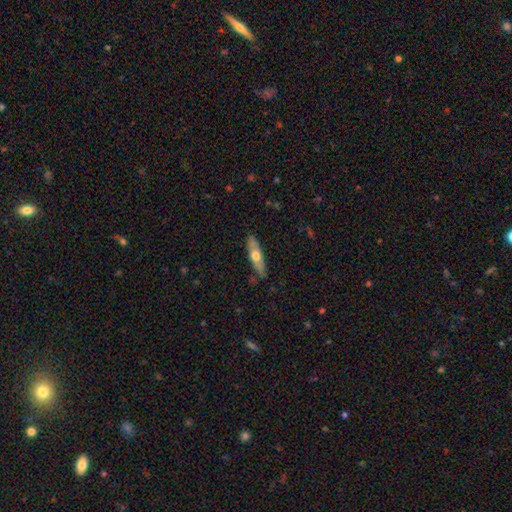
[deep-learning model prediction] Morphology: type=smooth (52%); roundness=cigar-shaped (65%); merging=none (85%).